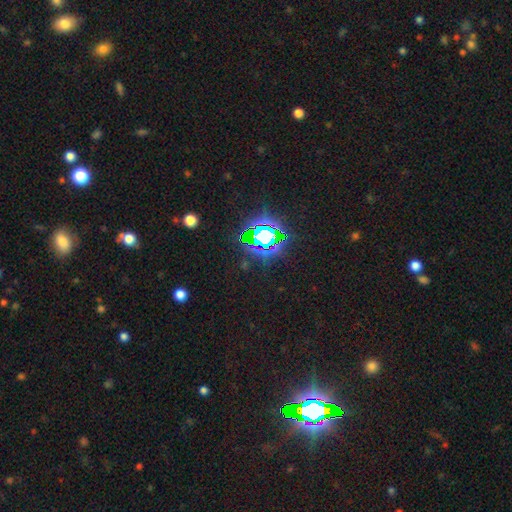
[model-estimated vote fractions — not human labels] star or artifact 83%, smooth 10%, featured or disk 7%.